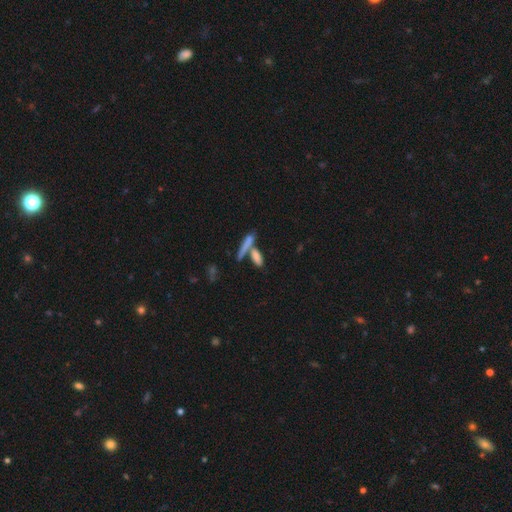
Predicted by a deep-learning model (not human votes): A smooth galaxy with no disk features (71%) that is cigar-shaped (52%).

Vote fractions:
- Smooth or featured? smooth: 71% / featured or disk: 18% / star or artifact: 10%
- How rounded? cigar-shaped: 52% / in between: 43% / round: 5%
- Merging? none: 48% / merger: 39% / minor disturbance: 8% / major disturbance: 5%